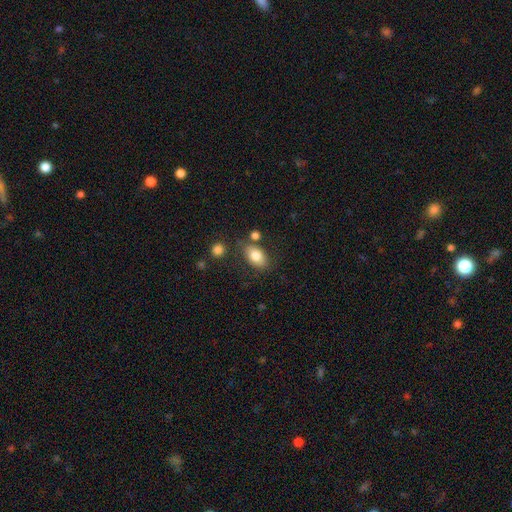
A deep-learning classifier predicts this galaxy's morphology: This appears to be a smooth galaxy with no disk features (80%) that is in between round and cigar-shaped (88%). Merging: none (73%).